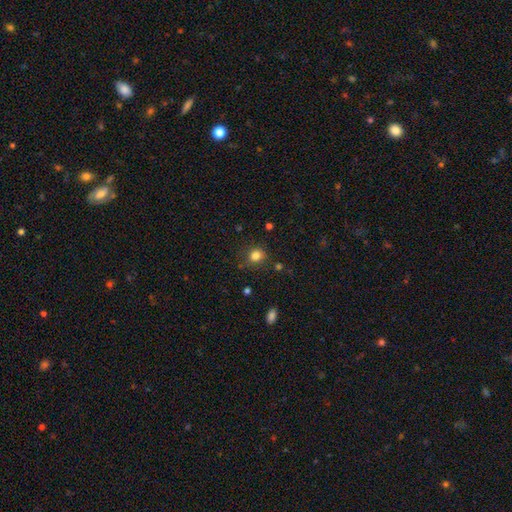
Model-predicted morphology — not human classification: smooth 82%, star or artifact 13%, featured or disk 5%. Down the decision tree: how rounded — round (74%); merging — none (80%).